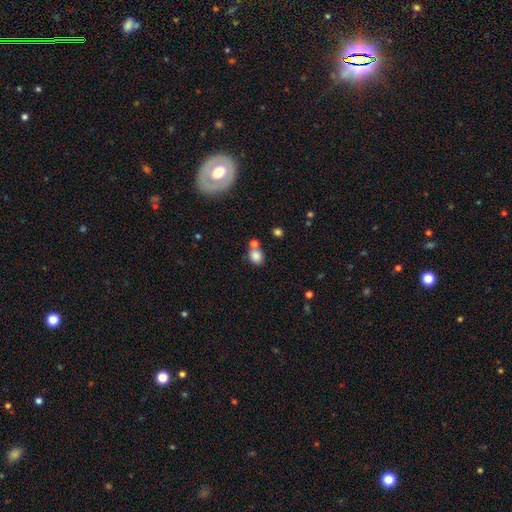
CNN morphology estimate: Smooth or featured: smooth — 83% (star or artifact — 10%)
How rounded: round — 57% (in between — 42%)
Merging: none — 55% (merger — 29%)